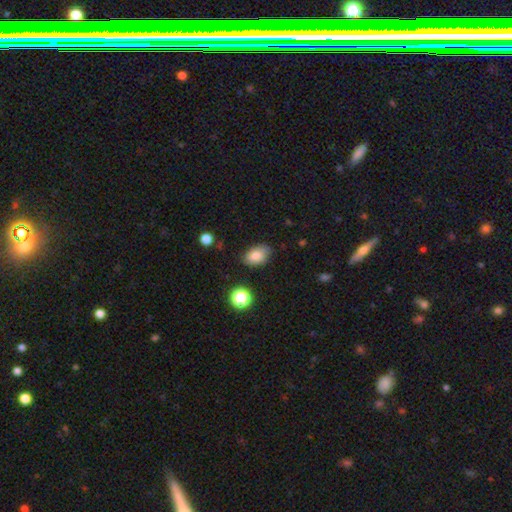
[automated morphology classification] smooth-or-featured: smooth: 82% | star or artifact: 9% | featured or disk: 9%
  how-rounded: in between: 86% | round: 13% | cigar-shaped: 1%
  merging: none: 78% | minor disturbance: 17% | major disturbance: 3% | merger: 2%